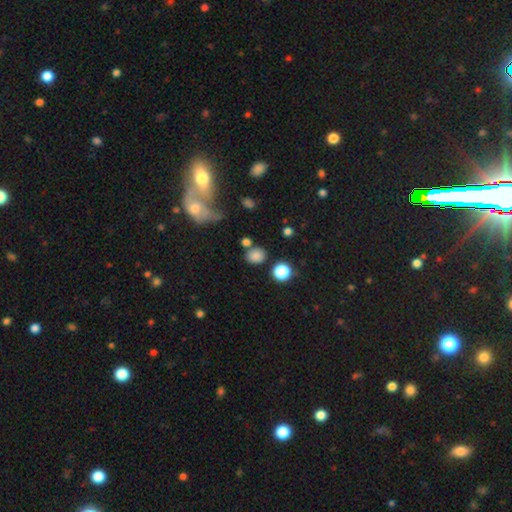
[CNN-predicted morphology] smooth 80%, star or artifact 13%, featured or disk 7%. Down the decision tree: how rounded — round (59%); merging — none (71%).